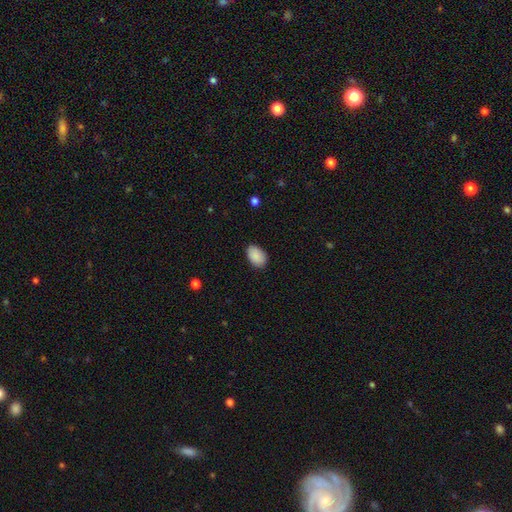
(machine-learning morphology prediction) smooth-or-featured: smooth: 89% | star or artifact: 7% | featured or disk: 4%
  how-rounded: in between: 89% | round: 10% | cigar-shaped: 1%
  merging: none: 86% | minor disturbance: 11% | major disturbance: 2% | merger: 1%